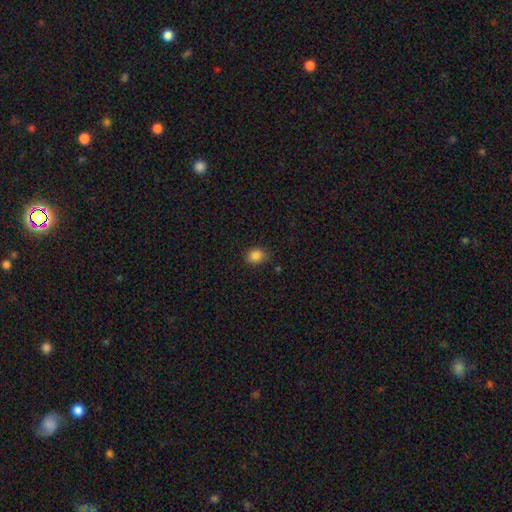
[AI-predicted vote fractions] Smooth or featured?
  - smooth: 85% *
  - star or artifact: 11%
  - featured or disk: 4%
How rounded?
  - round: 65% *
  - in between: 34%
  - cigar-shaped: 1%
Merging?
  - none: 84% *
  - minor disturbance: 12%
  - major disturbance: 3%
  - merger: 1%